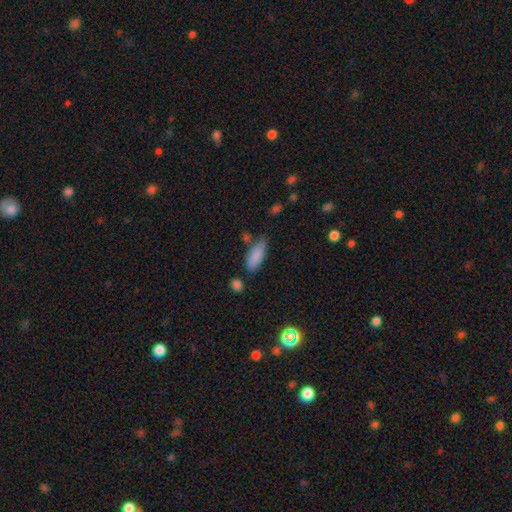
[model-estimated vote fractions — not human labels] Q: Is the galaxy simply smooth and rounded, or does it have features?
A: smooth — 85%.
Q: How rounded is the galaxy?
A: in between — 70%.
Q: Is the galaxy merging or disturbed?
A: none — 63%.